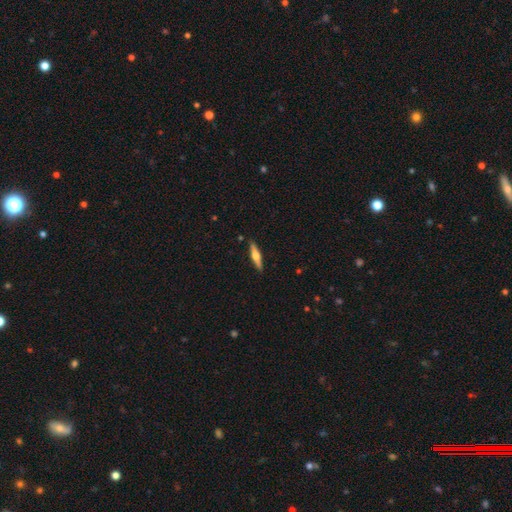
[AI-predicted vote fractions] This appears to be a featured or disk galaxy (58%) viewed edge-on (96%) with a rounded central bulge (91%). Merging: none (90%).